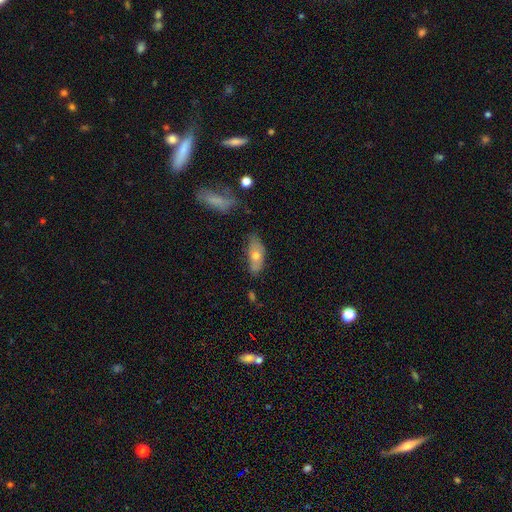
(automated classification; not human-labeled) The model was most divided on "smooth or featured": smooth: 59%, featured or disk: 34%, star or artifact: 8%. More confident: how rounded — in between (76%); merging — none (63%).